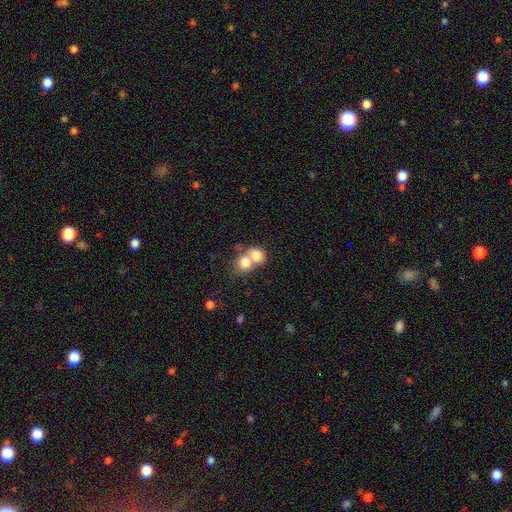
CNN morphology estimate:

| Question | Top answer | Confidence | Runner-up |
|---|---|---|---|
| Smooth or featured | smooth | 77% | featured or disk (14%) |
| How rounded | round | 63% | in between (36%) |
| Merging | merger | 68% | none (24%) |